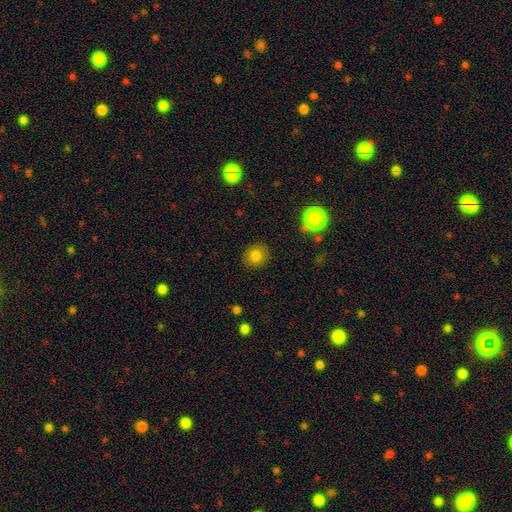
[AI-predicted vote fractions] This appears to be a smooth galaxy with no disk features (79%) that is round (80%). Merging: none (87%).